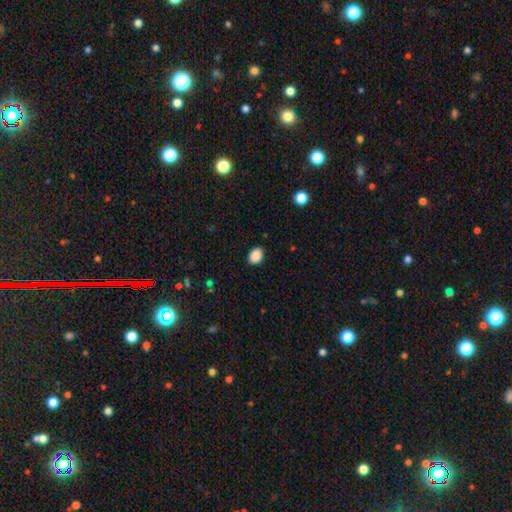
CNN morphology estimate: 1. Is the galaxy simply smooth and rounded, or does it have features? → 89% smooth, 8% star or artifact, 3% featured or disk.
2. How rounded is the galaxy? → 67% in between, 32% round, 1% cigar-shaped.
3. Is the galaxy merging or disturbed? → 89% none, 8% minor disturbance, 2% major disturbance, 1% merger.